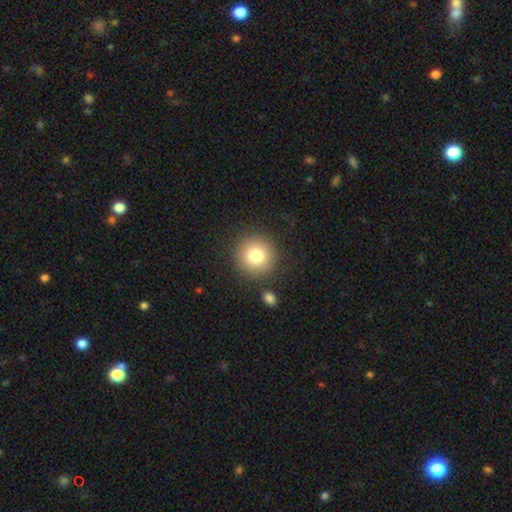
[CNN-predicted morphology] A smooth galaxy with no disk features (81%) that is round (95%). Merging: none (85%).